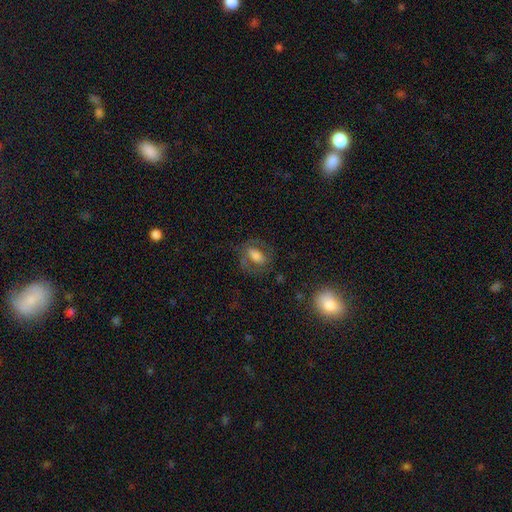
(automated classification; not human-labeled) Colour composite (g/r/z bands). It shows a smooth galaxy with no disk features (50%). Merging: none (62%).